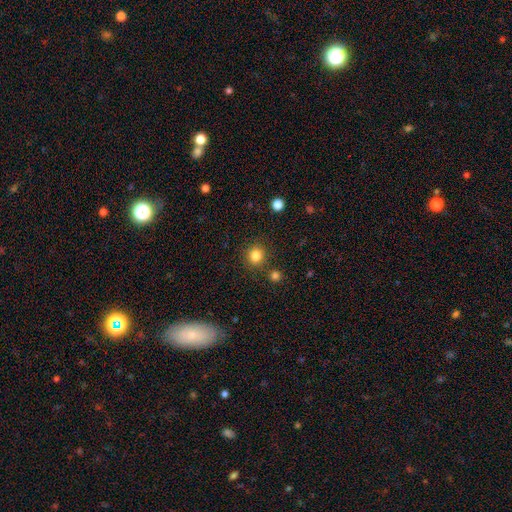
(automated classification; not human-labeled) Smooth or featured?
  - smooth: 84% *
  - star or artifact: 12%
  - featured or disk: 4%
How rounded?
  - round: 88% *
  - in between: 11%
  - cigar-shaped: 1%
Merging?
  - none: 84% *
  - minor disturbance: 8%
  - merger: 5%
  - major disturbance: 3%